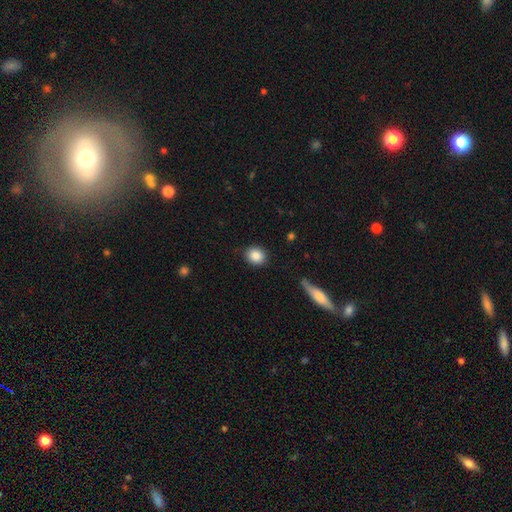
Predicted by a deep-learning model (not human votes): A smooth galaxy with no disk features (87%) that is round (74%).

Vote fractions:
- Smooth or featured? smooth: 87% / star or artifact: 8% / featured or disk: 5%
- How rounded? round: 74% / in between: 25% / cigar-shaped: 1%
- Merging? none: 88% / minor disturbance: 8% / major disturbance: 3% / merger: 1%